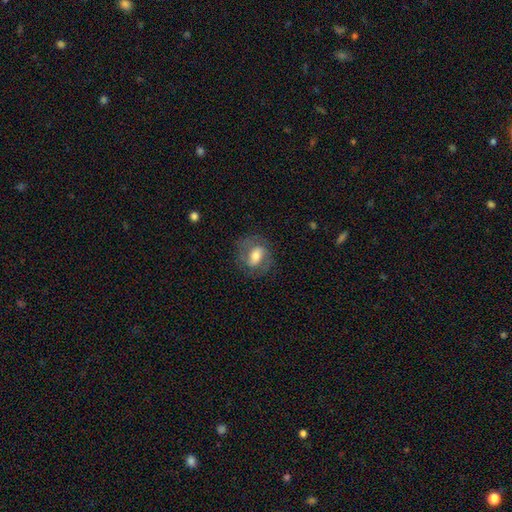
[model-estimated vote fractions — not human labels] smooth-or-featured: featured or disk: 54% | smooth: 38% | star or artifact: 8%
  disk-edge-on: no: 95% | yes: 5%
    bar: weak: 43% | no: 29% | strong: 29%
    has-spiral-arms: yes: 75% | no: 25%
    bulge-size: moderate: 58% | small: 20% | large: 18% | none: 2% | dominant: 2%
  merging: none: 73% | minor disturbance: 16% | major disturbance: 10% | merger: 1%